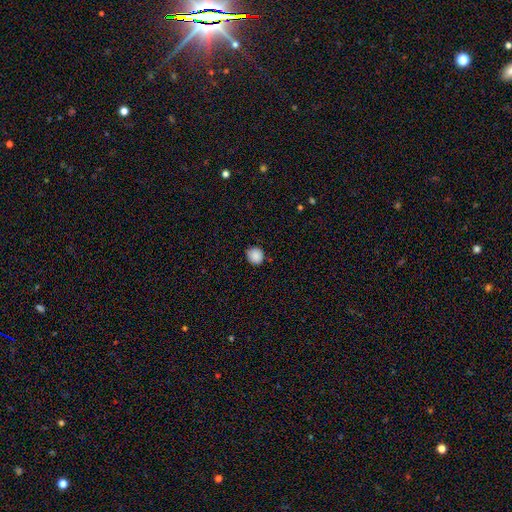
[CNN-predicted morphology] smooth 88%, star or artifact 9%, featured or disk 3%. Down the decision tree: how rounded — round (89%); merging — none (86%).